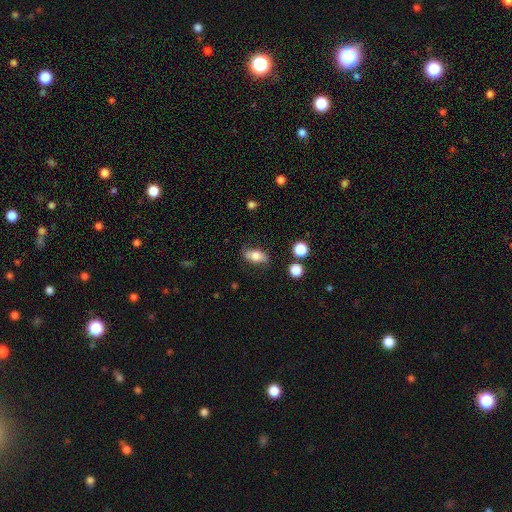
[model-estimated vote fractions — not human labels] Smooth or featured? smooth (71%)
How rounded? in between (86%)
Merging? none (77%)